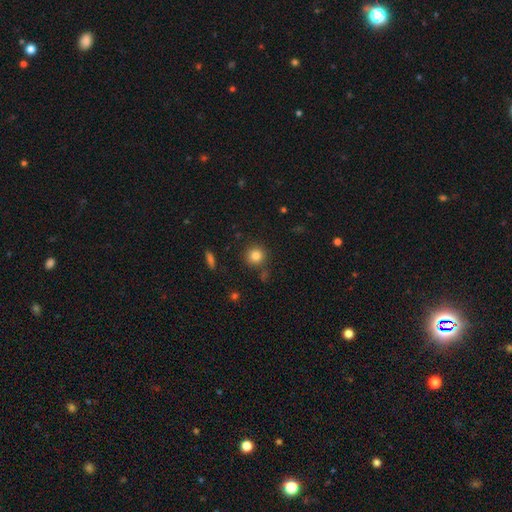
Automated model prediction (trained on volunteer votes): The model was most divided on "smooth or featured": smooth: 82%, star or artifact: 11%, featured or disk: 6%. More confident: how rounded — round (92%); merging — none (84%).